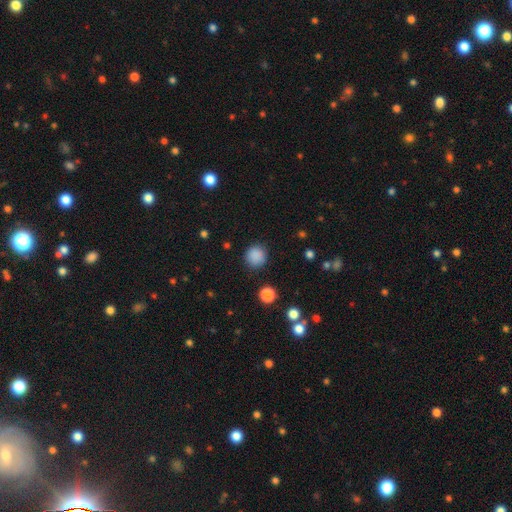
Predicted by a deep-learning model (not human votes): smooth_or_featured: smooth (p=0.86) [alt: star or artifact p=0.11]
how_rounded: round (p=0.92) [alt: in between p=0.07]
merging: none (p=0.88) [alt: minor disturbance p=0.08]